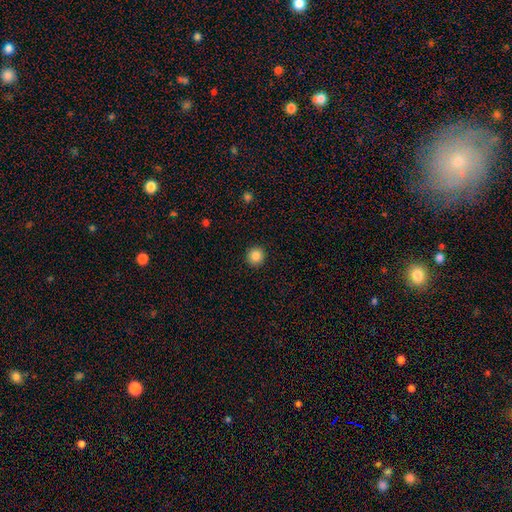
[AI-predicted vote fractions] This appears to be a smooth galaxy with no disk features (86%) that is round (94%). Merging: none (93%).